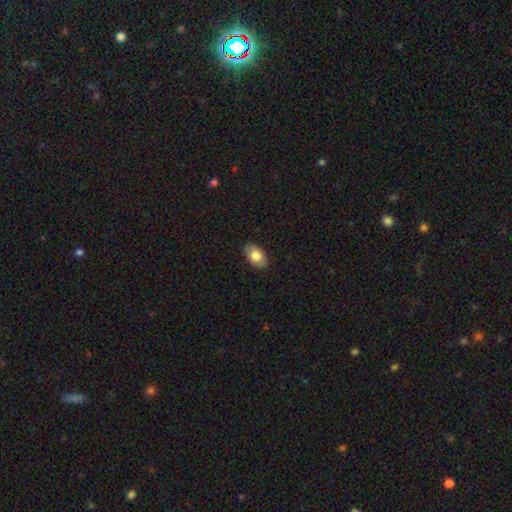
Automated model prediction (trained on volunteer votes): A smooth galaxy with no disk features (81%) that is in between round and cigar-shaped (91%). Merging: none (87%).